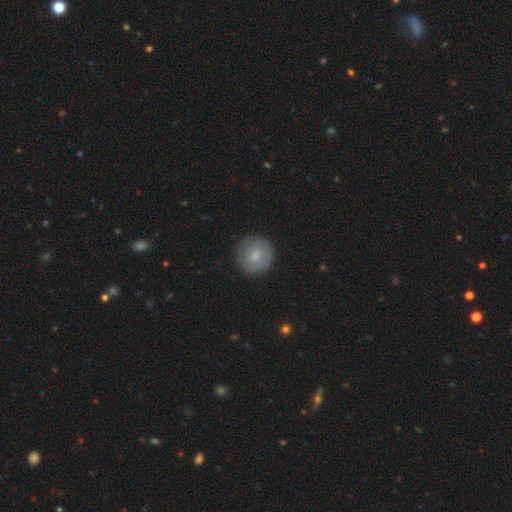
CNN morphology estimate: Q: Smooth or featured?
A: smooth (71%); runner-up: featured or disk (22%)
Q: How rounded?
A: round (95%); runner-up: in between (4%)
Q: Merging?
A: none (87%); runner-up: minor disturbance (9%)